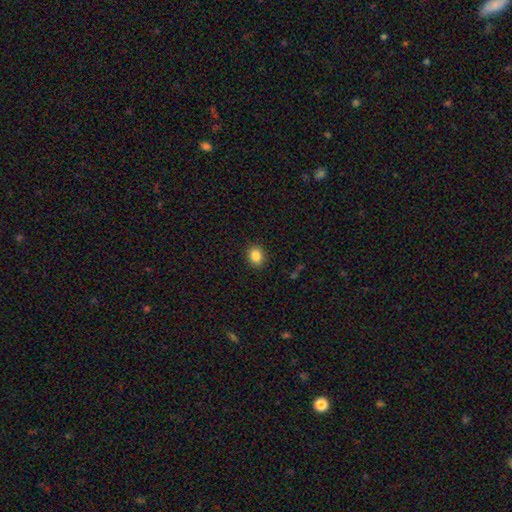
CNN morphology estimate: Smooth or featured? smooth (85%)
How rounded? round (52%)
Merging? none (89%)